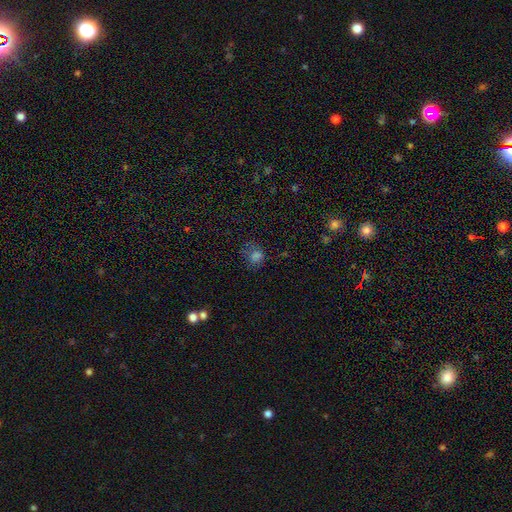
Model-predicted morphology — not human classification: Smooth or featured? smooth (70%)
How rounded? round (64%)
Merging? none (51%)